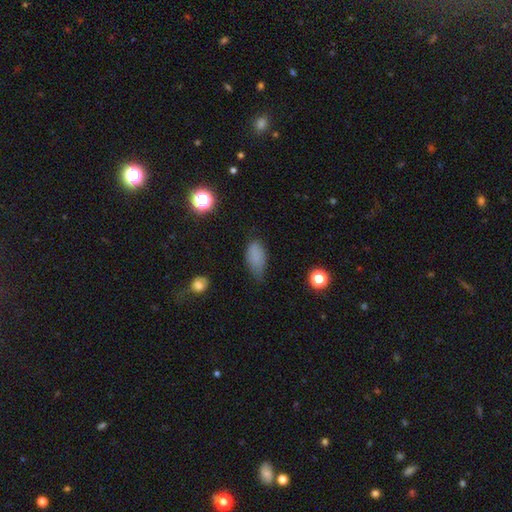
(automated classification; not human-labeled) Overall: smooth (81%). How rounded: in between (89%). Merging: none (53%; minor disturbance 35%).